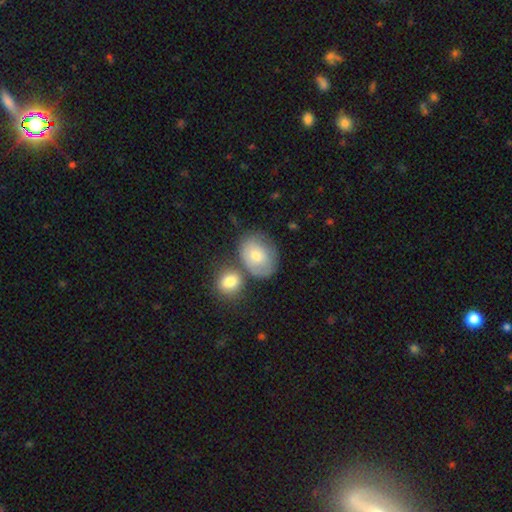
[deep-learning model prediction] Smooth or featured? Predicted: smooth (p=0.66). How rounded? Predicted: in between (p=0.61). Merging? Predicted: none (p=0.47).